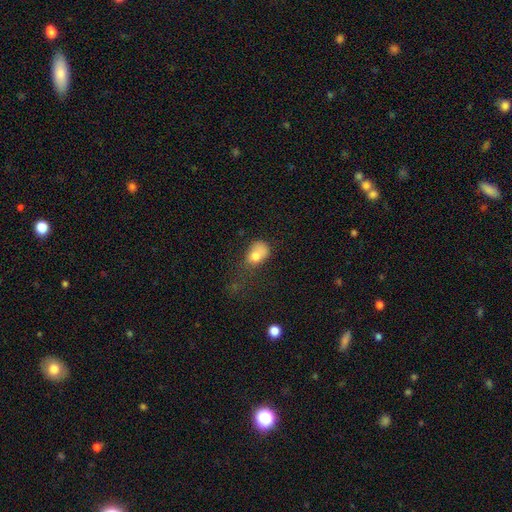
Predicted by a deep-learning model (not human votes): Morphology: type=smooth (75%); roundness=in between (71%); merging=major disturbance (35%).